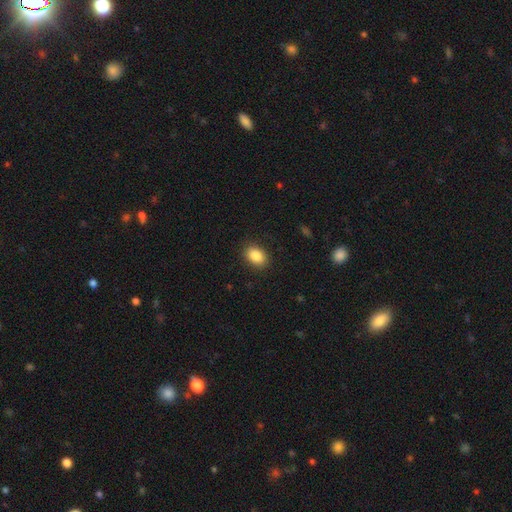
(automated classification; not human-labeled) Smooth or featured: smooth — 88% (star or artifact — 8%)
How rounded: in between — 81% (round — 18%)
Merging: none — 88% (minor disturbance — 9%)